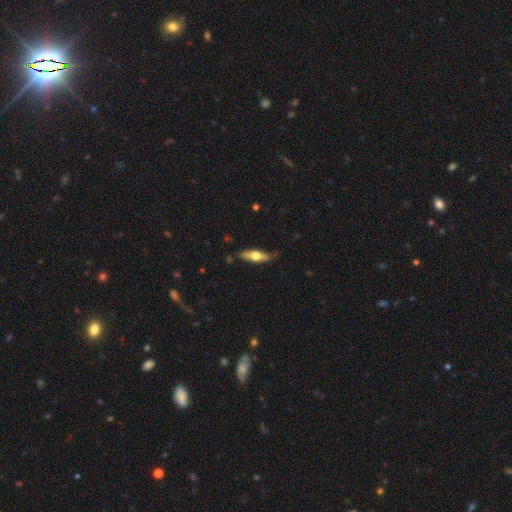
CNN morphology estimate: type=smooth (49%); merging=none (72%).